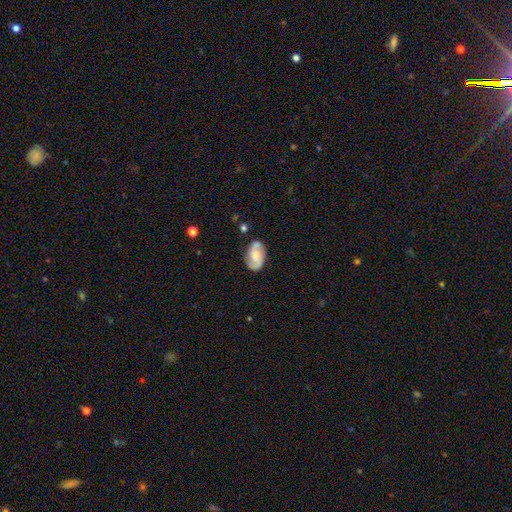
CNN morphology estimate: type=featured or disk (66%); edge-on=no (97%); bar=no (62%); spiral arms=yes (91%); winding=medium (46%); arm count=2 (83%); bulge=moderate (29%); merging=none (67%).